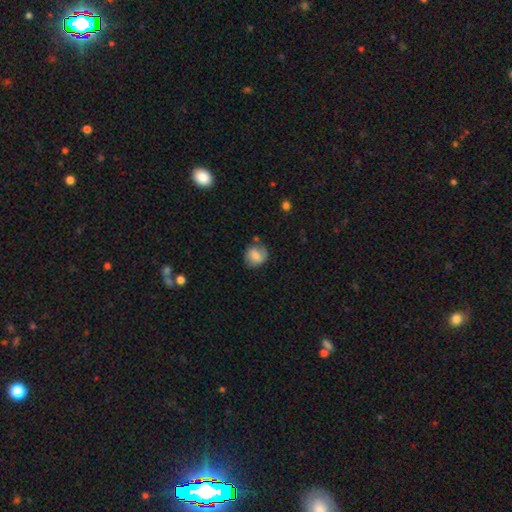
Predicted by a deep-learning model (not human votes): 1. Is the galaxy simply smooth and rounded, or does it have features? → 66% smooth, 25% featured or disk, 8% star or artifact.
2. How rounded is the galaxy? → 78% round, 21% in between, 1% cigar-shaped.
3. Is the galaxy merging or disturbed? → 64% none, 23% minor disturbance, 8% major disturbance, 5% merger.